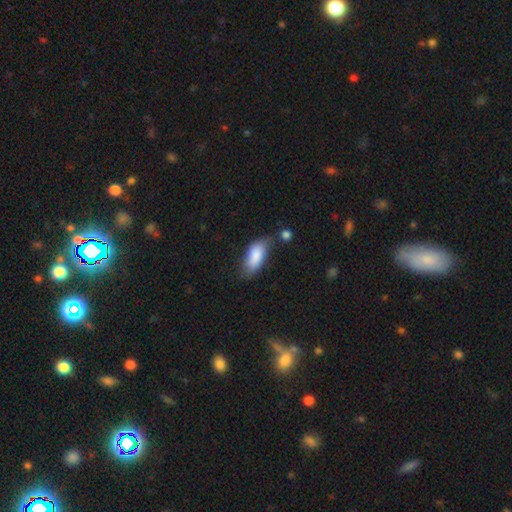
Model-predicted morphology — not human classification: This appears to be a smooth galaxy with no disk features (83%) that is in between round and cigar-shaped (87%). Merging: none (50%).